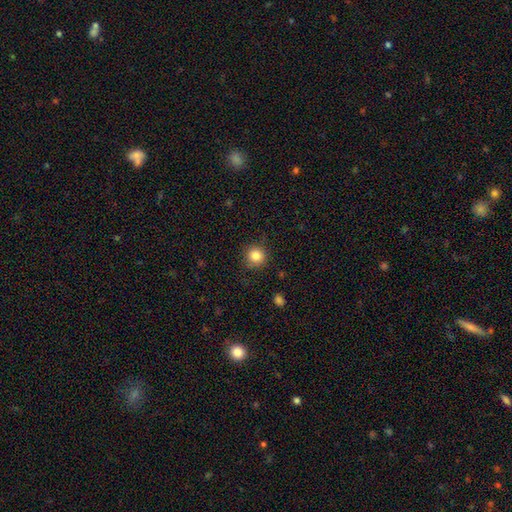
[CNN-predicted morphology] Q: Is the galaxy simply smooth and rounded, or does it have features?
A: smooth — 84%.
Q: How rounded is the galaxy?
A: round — 93%.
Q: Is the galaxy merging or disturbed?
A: none — 86%.